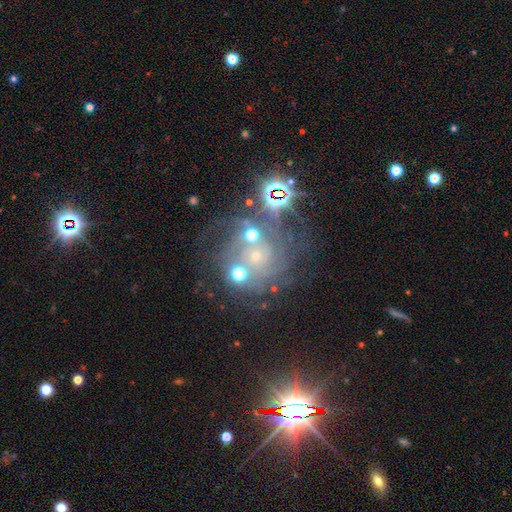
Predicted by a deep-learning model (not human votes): Smooth or featured?
  - featured or disk: 62% *
  - star or artifact: 25%
  - smooth: 13%
Edge-on disk?
  - no: 97% *
  - yes: 3%
Bar?
  - no: 80% *
  - weak: 15%
  - strong: 5%
Spiral arms?
  - yes: 87% *
  - no: 13%
Spiral winding?
  - tight: 54% *
  - medium: 35%
  - loose: 11%
Spiral arm count?
  - can't tell: 29% *
  - 3: 24%
  - 2: 19%
  - 4: 13%
  - more than 4: 8%
  - 1: 6%
Bulge size?
  - small: 58% *
  - moderate: 29%
  - none: 7%
  - large: 4%
  - dominant: 2%
Merging?
  - none: 48% *
  - merger: 22%
  - major disturbance: 16%
  - minor disturbance: 14%